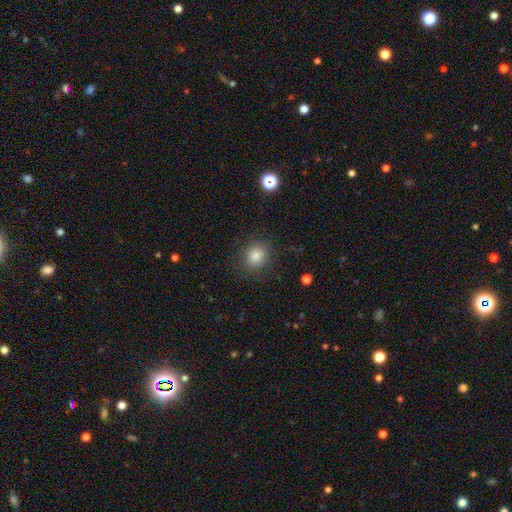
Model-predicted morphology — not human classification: This is clearly a smooth galaxy (81%). How rounded: likely round (76%). Merging: clearly none (87%).